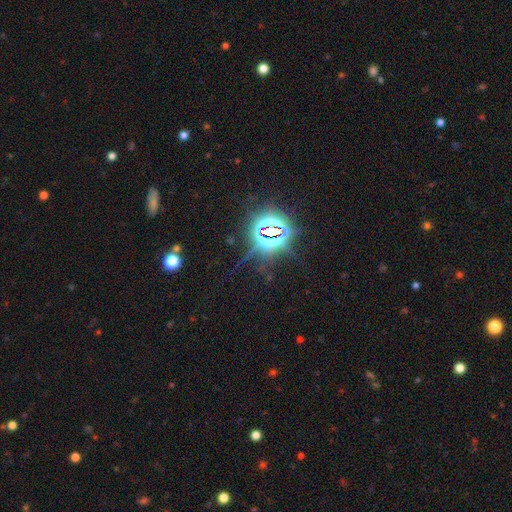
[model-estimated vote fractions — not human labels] Smooth or featured? star or artifact (84%)